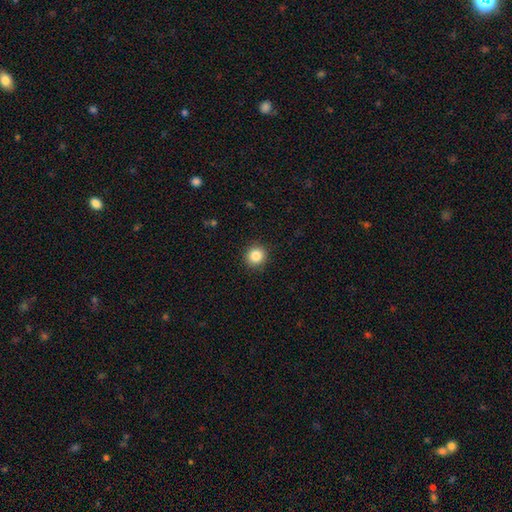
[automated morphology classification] Smooth or featured: smooth — 85% (star or artifact — 10%)
How rounded: round — 91% (in between — 8%)
Merging: none — 91% (minor disturbance — 6%)